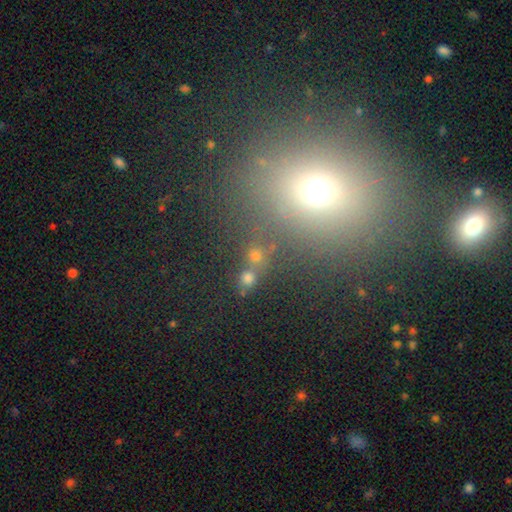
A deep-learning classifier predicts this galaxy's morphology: Q: Smooth or featured?
A: smooth (62%); runner-up: star or artifact (29%)
Q: How rounded?
A: round (86%); runner-up: in between (12%)
Q: Merging?
A: none (64%); runner-up: merger (22%)